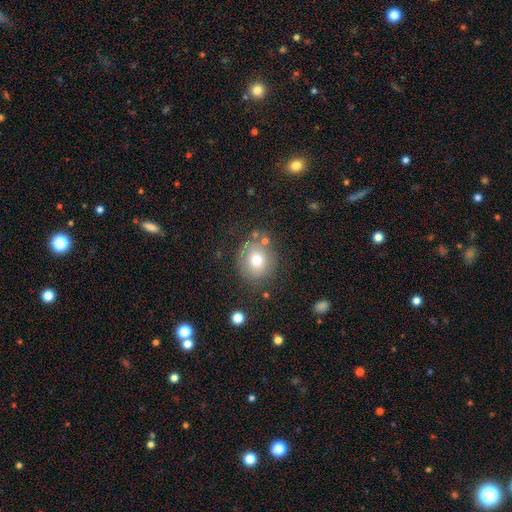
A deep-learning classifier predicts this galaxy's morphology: Overall: smooth (69%). How rounded: round (73%). Merging: none (73%).